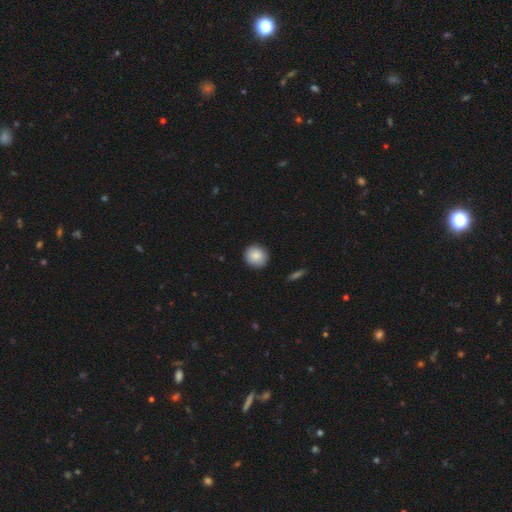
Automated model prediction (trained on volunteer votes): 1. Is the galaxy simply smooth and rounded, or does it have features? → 87% smooth, 7% star or artifact, 6% featured or disk.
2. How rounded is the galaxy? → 89% round, 10% in between, 1% cigar-shaped.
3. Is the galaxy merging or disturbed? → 90% none, 7% minor disturbance, 2% major disturbance, 1% merger.